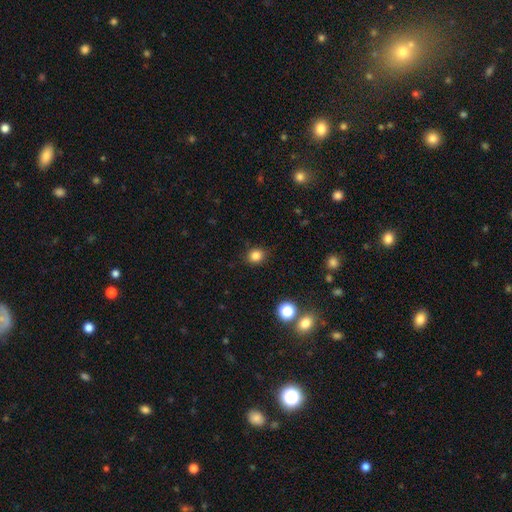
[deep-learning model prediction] Smooth or featured: smooth — 83% (star or artifact — 12%)
How rounded: round — 74% (in between — 25%)
Merging: none — 88% (minor disturbance — 9%)